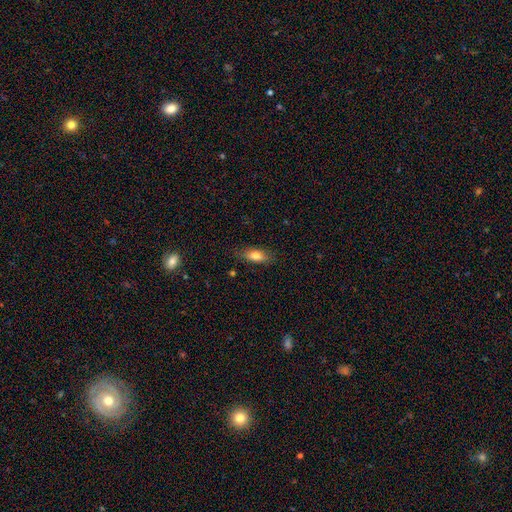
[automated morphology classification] Smooth or featured? Predicted: smooth (p=0.77). How rounded? Predicted: in between (p=0.76). Merging? Predicted: none (p=0.82).